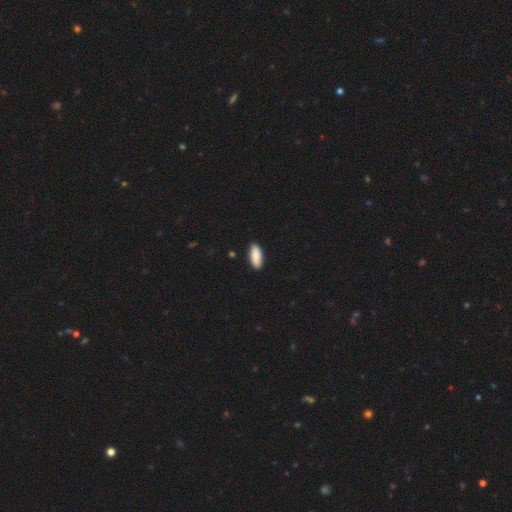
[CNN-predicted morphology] smooth 88%, featured or disk 6%, star or artifact 6%. Down the decision tree: how rounded — in between (84%); merging — none (87%).